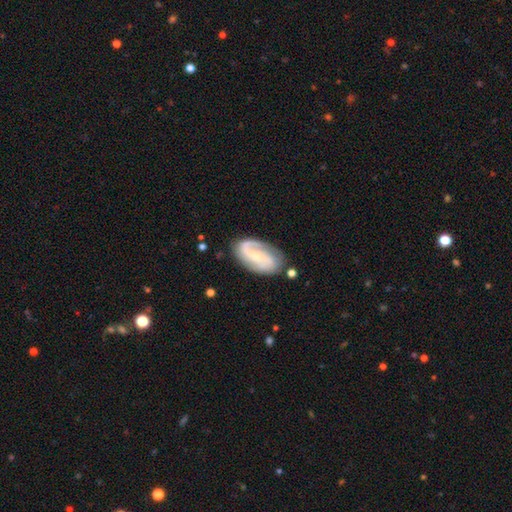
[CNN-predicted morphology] smooth_or_featured: featured or disk (p=0.77) [alt: smooth p=0.17]
disk_edge_on: no (p=0.96) [alt: yes p=0.04]
bar: no (p=0.51) [alt: weak p=0.37]
has_spiral_arms: yes (p=0.93) [alt: no p=0.07]
spiral_winding: medium (p=0.41) [alt: tight p=0.33]
spiral_arm_count: 2 (p=0.74) [alt: can't tell p=0.10]
bulge_size: small (p=0.66) [alt: moderate p=0.25]
merging: none (p=0.73) [alt: minor disturbance p=0.18]